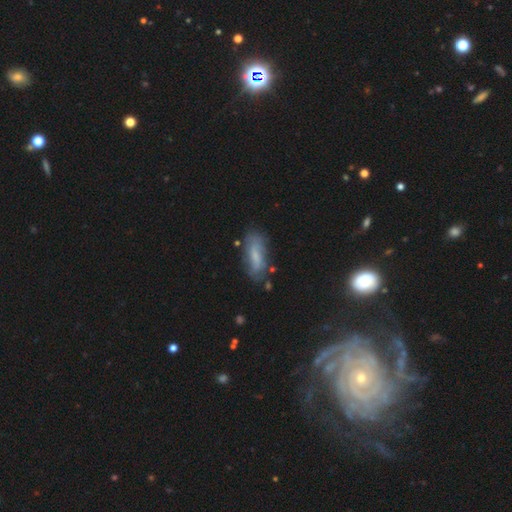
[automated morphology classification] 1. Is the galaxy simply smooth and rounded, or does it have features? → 63% smooth, 29% featured or disk, 8% star or artifact.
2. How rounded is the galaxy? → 68% in between, 30% cigar-shaped, 2% round.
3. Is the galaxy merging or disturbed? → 68% none, 22% minor disturbance, 6% major disturbance, 4% merger.